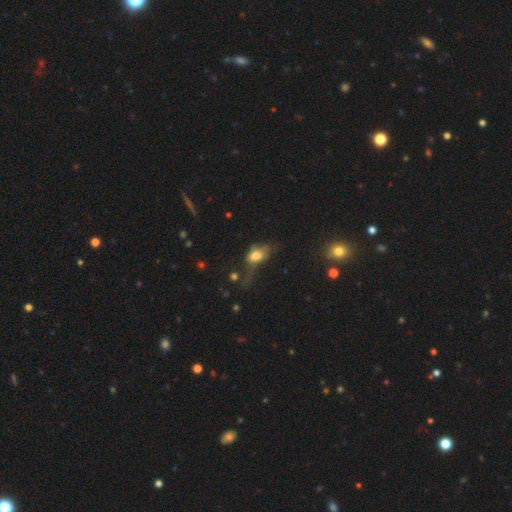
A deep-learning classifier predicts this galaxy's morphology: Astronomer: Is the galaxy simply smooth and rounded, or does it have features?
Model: smooth — 64%.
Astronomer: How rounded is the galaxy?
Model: in between — 76%.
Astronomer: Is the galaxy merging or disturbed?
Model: major disturbance — 51%.